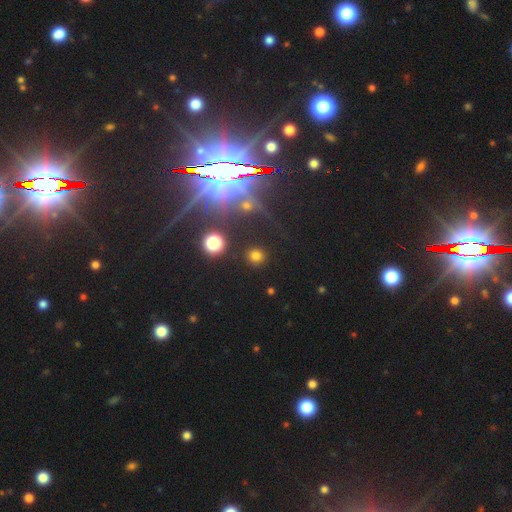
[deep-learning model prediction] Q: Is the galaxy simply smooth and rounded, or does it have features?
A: smooth — 71%.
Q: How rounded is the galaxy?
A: round — 90%.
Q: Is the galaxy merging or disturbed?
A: none — 87%.